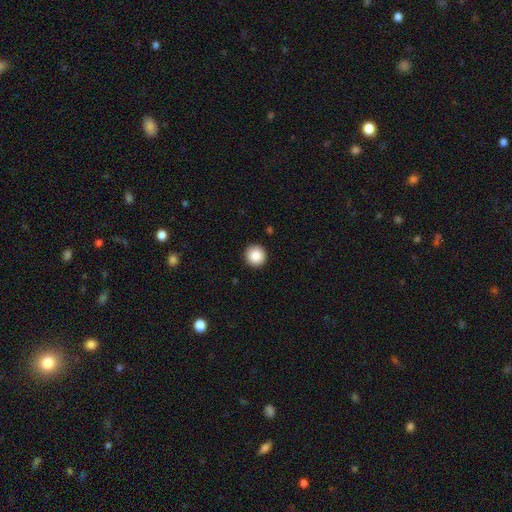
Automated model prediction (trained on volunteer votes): A smooth galaxy with no disk features (87%) that is round (95%).

Vote fractions:
- Smooth or featured? smooth: 87% / star or artifact: 9% / featured or disk: 4%
- How rounded? round: 95% / in between: 4% / cigar-shaped: 1%
- Merging? none: 93% / minor disturbance: 5% / major disturbance: 1% / merger: 1%